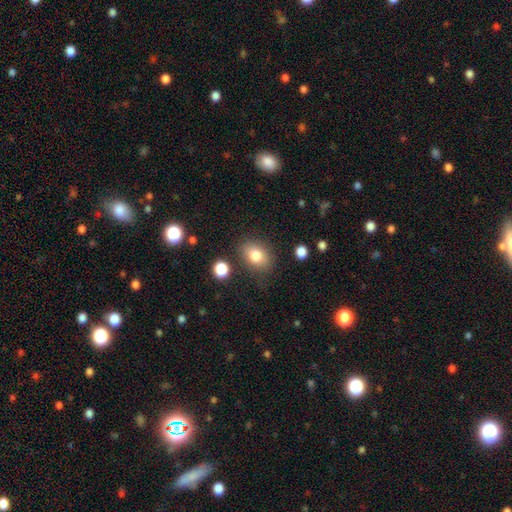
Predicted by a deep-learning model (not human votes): Q: Smooth or featured?
A: smooth (80%); runner-up: featured or disk (10%)
Q: How rounded?
A: in between (67%); runner-up: round (32%)
Q: Merging?
A: none (80%); runner-up: minor disturbance (13%)